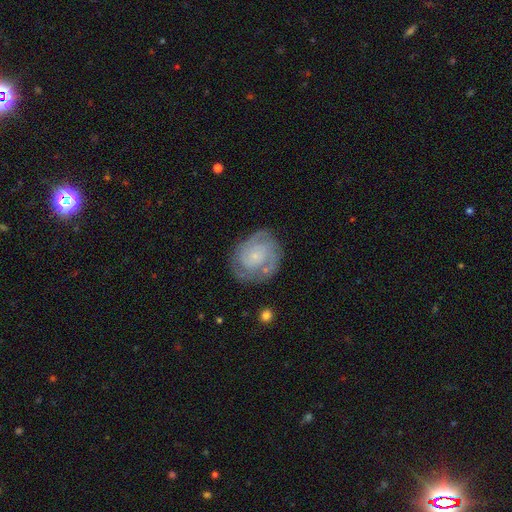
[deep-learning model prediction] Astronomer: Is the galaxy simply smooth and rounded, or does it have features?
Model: featured or disk — 79%.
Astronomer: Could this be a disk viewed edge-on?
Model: no — 98%.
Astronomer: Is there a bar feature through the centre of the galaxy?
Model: no — 70%.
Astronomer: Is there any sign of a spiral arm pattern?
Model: yes — 94%.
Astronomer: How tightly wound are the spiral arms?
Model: tight — 60%.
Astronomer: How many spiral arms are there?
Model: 2 — 44% (runner-up: 3, 21%).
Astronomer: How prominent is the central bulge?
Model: small — 77%.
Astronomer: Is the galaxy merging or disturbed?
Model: none — 75%.